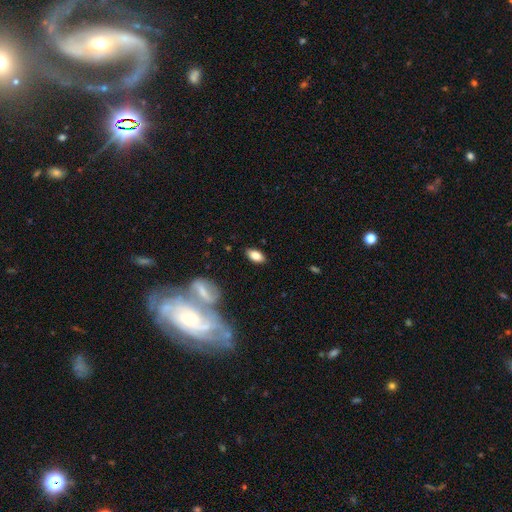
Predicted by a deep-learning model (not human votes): smooth_or_featured: smooth (p=0.80) [alt: featured or disk p=0.12]
how_rounded: in between (p=0.90) [alt: cigar-shaped p=0.06]
merging: none (p=0.84) [alt: minor disturbance p=0.11]